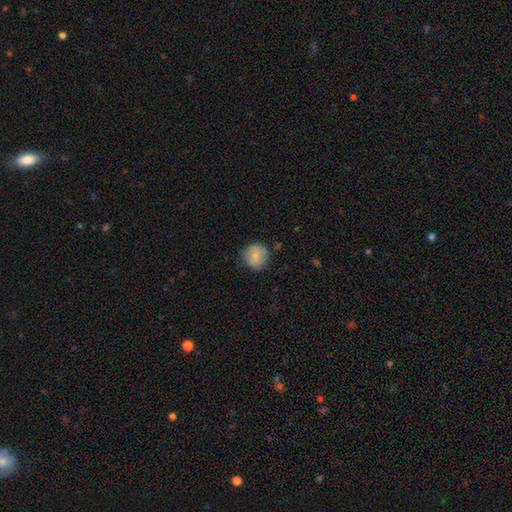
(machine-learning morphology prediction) Smooth or featured?
  - smooth: 73% *
  - featured or disk: 19%
  - star or artifact: 8%
How rounded?
  - round: 89% *
  - in between: 10%
  - cigar-shaped: 1%
Merging?
  - none: 76% *
  - minor disturbance: 17%
  - major disturbance: 4%
  - merger: 3%